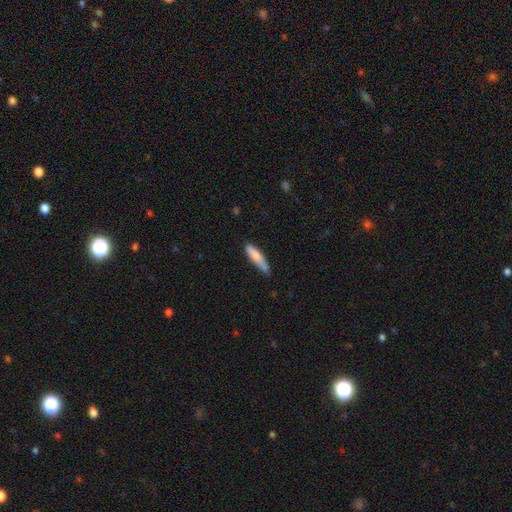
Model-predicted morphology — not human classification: A smooth galaxy with no disk features (79%) that is cigar-shaped (76%). Merging: none (64%).